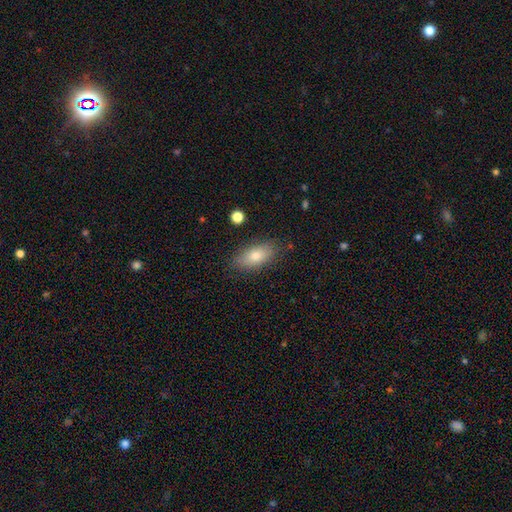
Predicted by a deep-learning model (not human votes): A smooth galaxy with no disk features (76%) that is in between round and cigar-shaped (85%).

Vote fractions:
- Smooth or featured? smooth: 76% / featured or disk: 16% / star or artifact: 8%
- How rounded? in between: 85% / cigar-shaped: 10% / round: 5%
- Merging? none: 83% / minor disturbance: 12% / major disturbance: 3% / merger: 2%